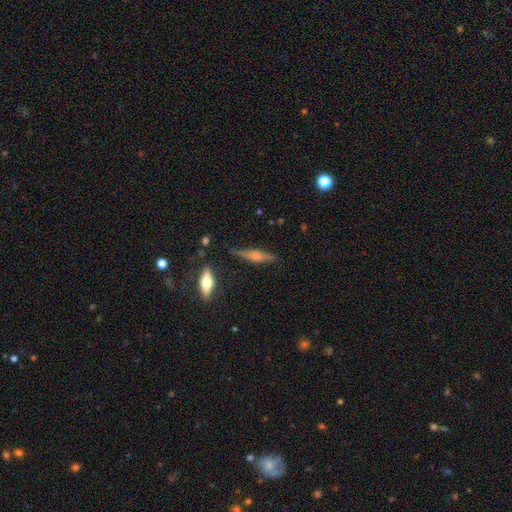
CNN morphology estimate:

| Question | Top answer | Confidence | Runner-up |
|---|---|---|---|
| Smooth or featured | featured or disk | 58% | smooth (34%) |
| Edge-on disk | yes | 94% | no (6%) |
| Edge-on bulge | rounded | 79% | boxy (14%) |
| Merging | none | 76% | minor disturbance (18%) |